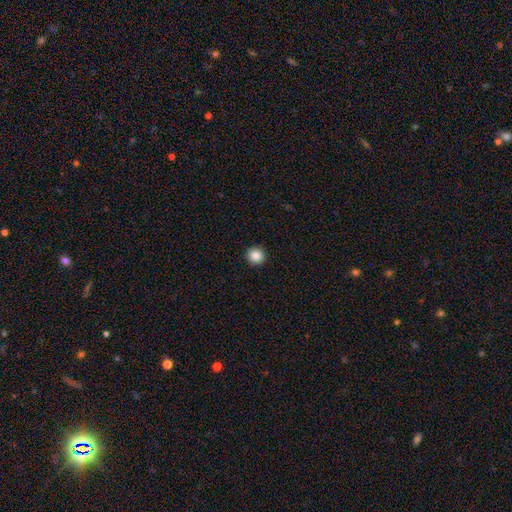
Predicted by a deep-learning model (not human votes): This appears to be a smooth galaxy with no disk features (87%) that is round (95%). Merging: none (93%).